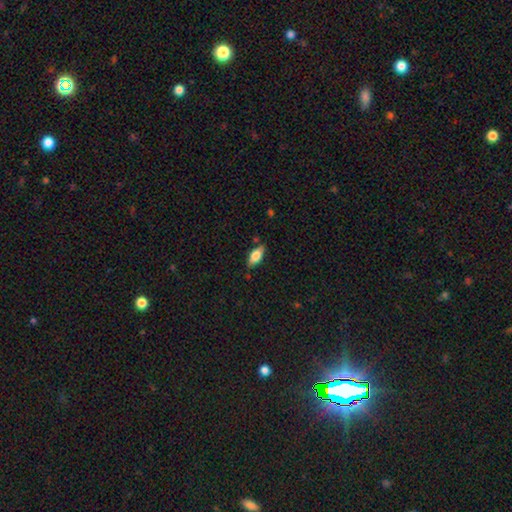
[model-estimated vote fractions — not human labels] Smooth or featured? smooth (70%)
How rounded? in between (84%)
Merging? none (80%)